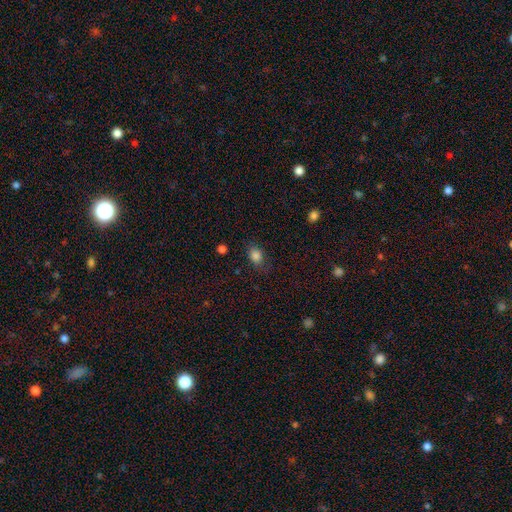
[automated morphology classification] smooth 83%, star or artifact 11%, featured or disk 6%. Down the decision tree: how rounded — in between (71%); merging — none (73%).